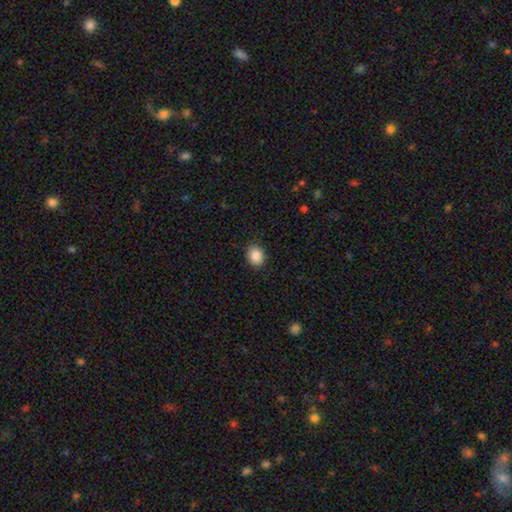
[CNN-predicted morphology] Overall: smooth (89%). How rounded: round (56%; in between 43%). Merging: none (88%).